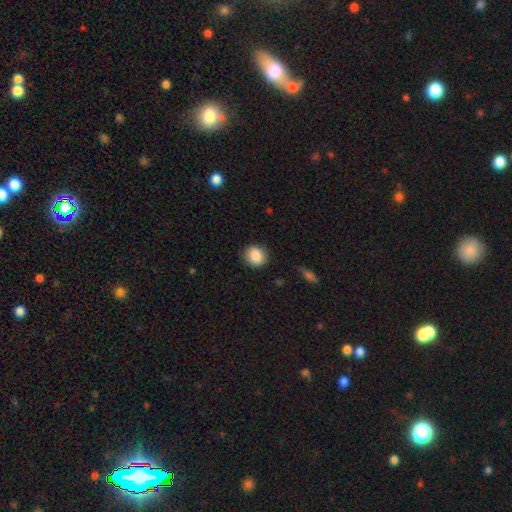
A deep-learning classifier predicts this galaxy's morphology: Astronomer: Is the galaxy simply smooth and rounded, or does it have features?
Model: smooth — 87%.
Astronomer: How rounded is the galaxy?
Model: round — 81%.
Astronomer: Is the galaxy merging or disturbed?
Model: none — 87%.